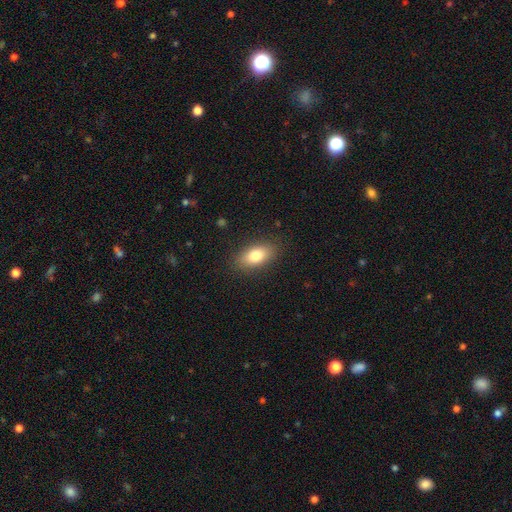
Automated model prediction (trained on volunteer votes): Smooth or featured: smooth — 80% (featured or disk — 13%)
How rounded: in between — 88% (round — 6%)
Merging: none — 86% (minor disturbance — 10%)